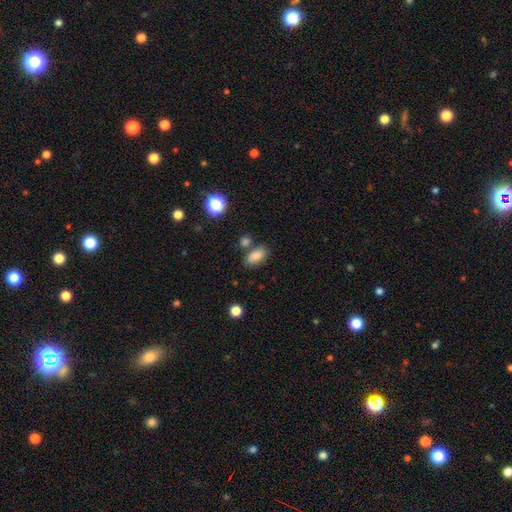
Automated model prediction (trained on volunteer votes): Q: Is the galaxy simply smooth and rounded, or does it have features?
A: smooth — 80%.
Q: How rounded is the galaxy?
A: in between — 89%.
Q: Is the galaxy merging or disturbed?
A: none — 71%.